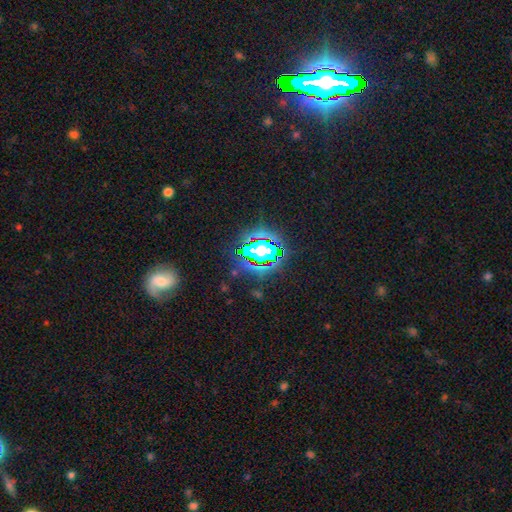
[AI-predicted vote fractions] Smooth or featured? Predicted: star or artifact (p=0.76).